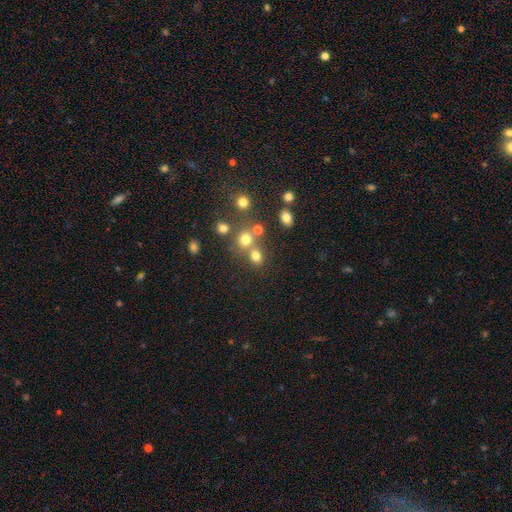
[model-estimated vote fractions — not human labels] smooth 73%, star or artifact 18%, featured or disk 9%. Down the decision tree: how rounded — round (72%); merging — none (57%).